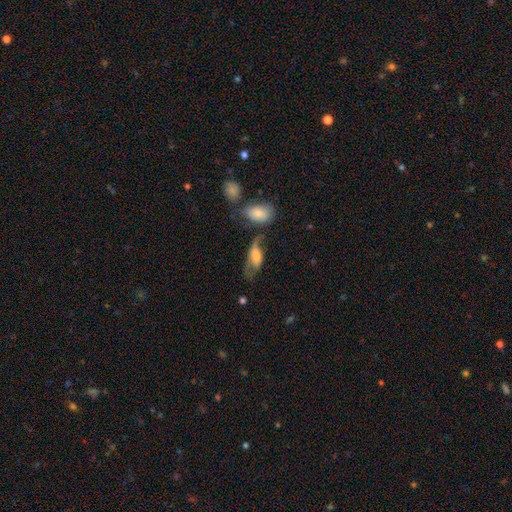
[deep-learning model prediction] Overall: smooth (59%; featured or disk 33%). How rounded: in between (87%). Merging: none (31%; major disturbance 30%).